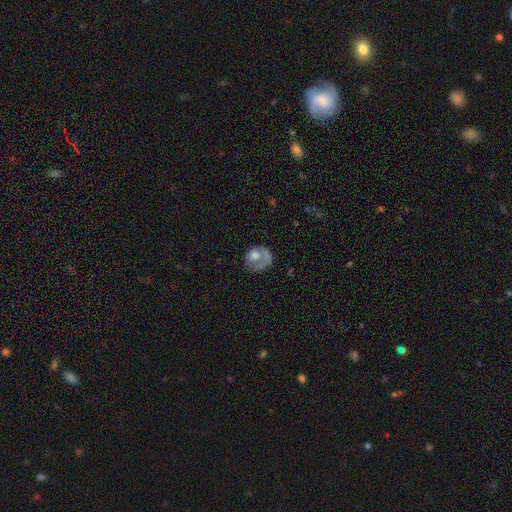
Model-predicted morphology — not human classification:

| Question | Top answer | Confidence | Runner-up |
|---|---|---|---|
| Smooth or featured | smooth | 47% | featured or disk (43%) |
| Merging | none | 40% | major disturbance (36%) |